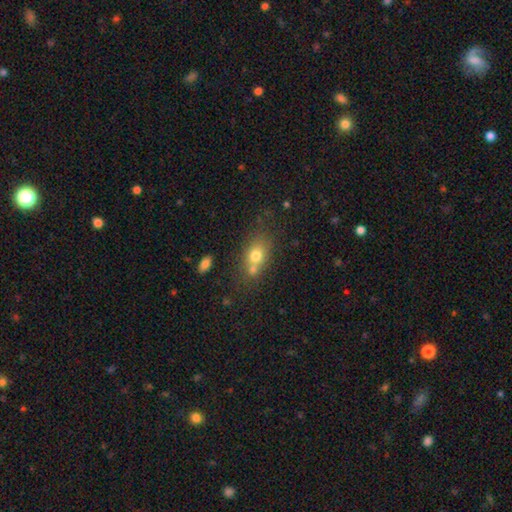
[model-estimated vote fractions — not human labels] This appears to be a smooth galaxy with no disk features (72%) that is in between round and cigar-shaped (63%). Merging: none (45%).